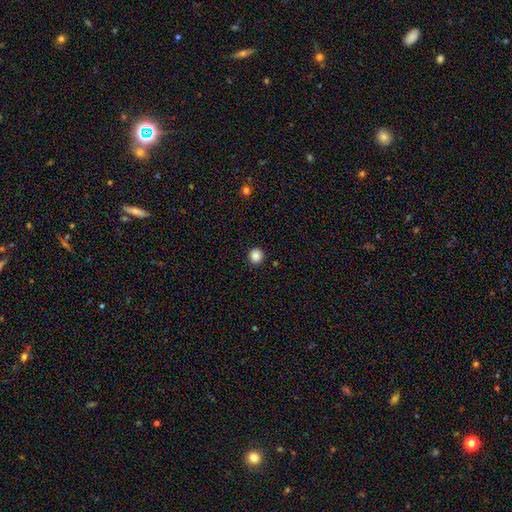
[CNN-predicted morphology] type=smooth (87%); roundness=round (91%); merging=none (92%).